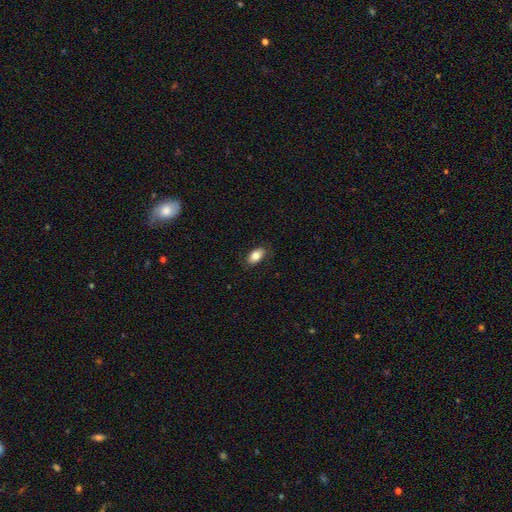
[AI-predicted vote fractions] smooth-or-featured: smooth: 80% | featured or disk: 12% | star or artifact: 7%
  how-rounded: in between: 93% | round: 5% | cigar-shaped: 2%
  merging: none: 85% | minor disturbance: 11% | major disturbance: 3% | merger: 1%